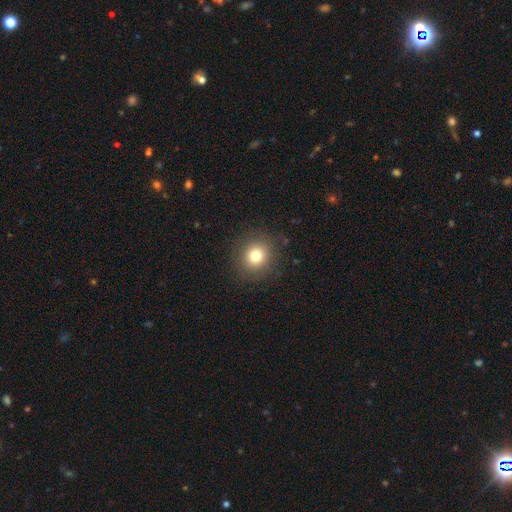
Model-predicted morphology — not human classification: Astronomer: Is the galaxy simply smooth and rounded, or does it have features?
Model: smooth — 78%.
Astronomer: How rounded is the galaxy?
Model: round — 87%.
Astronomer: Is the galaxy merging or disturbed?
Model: none — 89%.